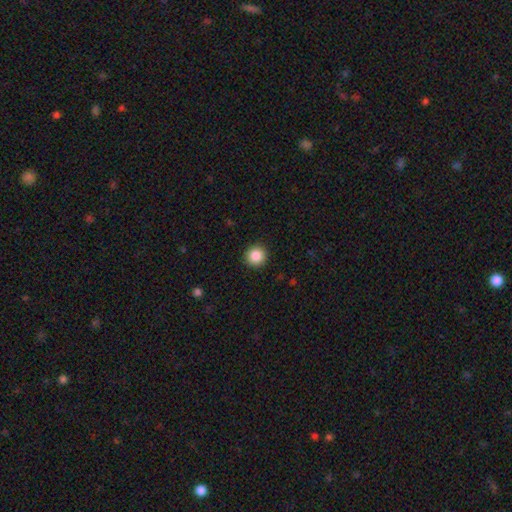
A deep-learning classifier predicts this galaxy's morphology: Smooth or featured? smooth (87%)
How rounded? round (94%)
Merging? none (92%)